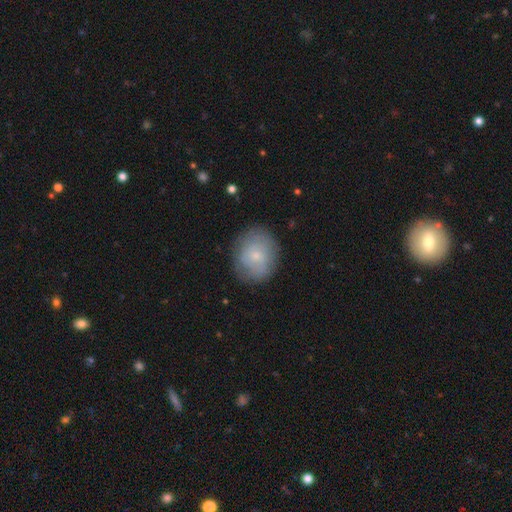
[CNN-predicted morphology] The model was most divided on "smooth or featured": smooth: 60%, featured or disk: 31%, star or artifact: 8%. More confident: merging — none (78%); how rounded — round (69%).